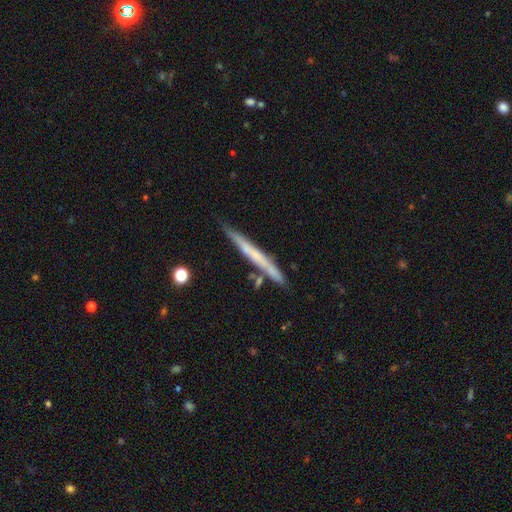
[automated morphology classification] A featured or disk galaxy (51%) viewed edge-on (95%). Merging: none (80%).